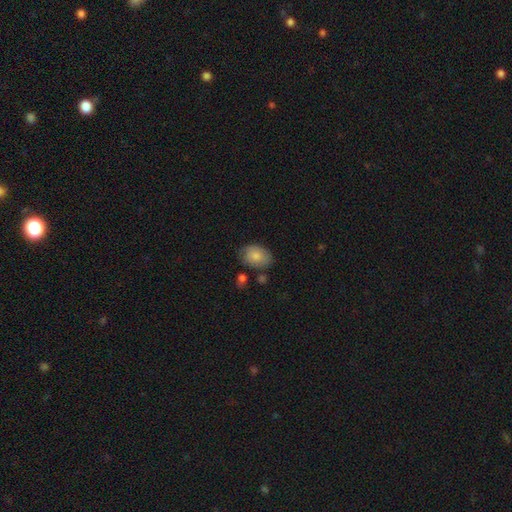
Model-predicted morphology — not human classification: This is clearly a smooth galaxy (81%). How rounded: likely in between (80%). Merging: likely none (70%).